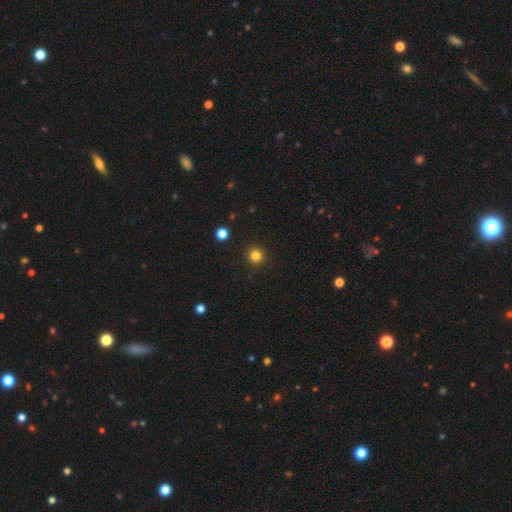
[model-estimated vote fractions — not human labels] Q: Smooth or featured?
A: smooth (82%); runner-up: star or artifact (13%)
Q: How rounded?
A: round (95%); runner-up: in between (4%)
Q: Merging?
A: none (93%); runner-up: minor disturbance (4%)